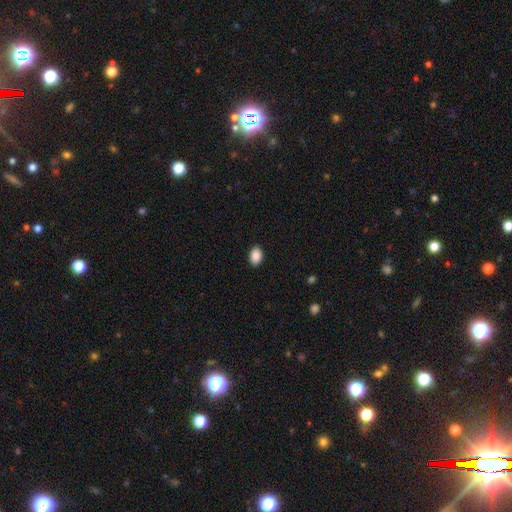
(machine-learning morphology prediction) smooth_or_featured: smooth (p=0.90) [alt: star or artifact p=0.07]
how_rounded: in between (p=0.84) [alt: round p=0.15]
merging: none (p=0.89) [alt: minor disturbance p=0.08]